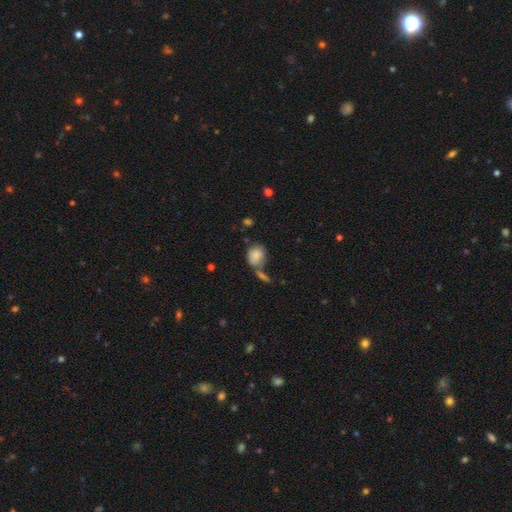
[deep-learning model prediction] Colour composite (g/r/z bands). It shows a smooth galaxy with no disk features (83%) that is in between round and cigar-shaped (51%). Merging: none (49%).